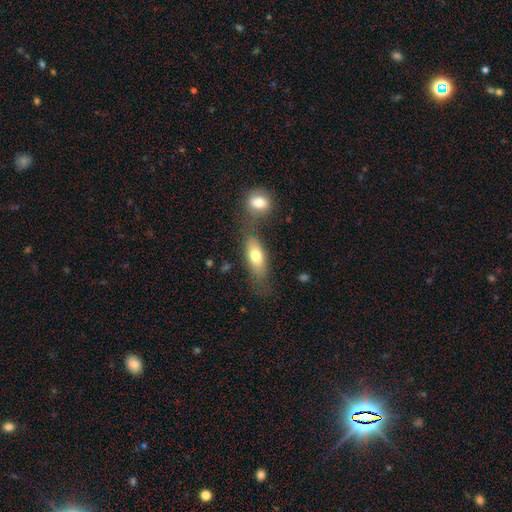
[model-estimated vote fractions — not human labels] smooth-or-featured: smooth: 72% | featured or disk: 21% | star or artifact: 7%
  how-rounded: in between: 73% | cigar-shaped: 22% | round: 5%
  merging: none: 54% | merger: 24% | minor disturbance: 16% | major disturbance: 7%